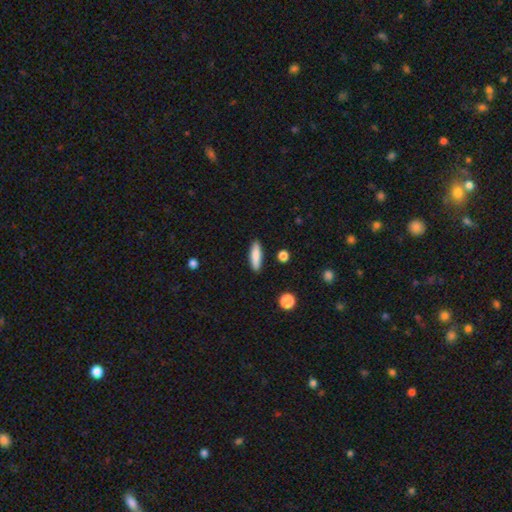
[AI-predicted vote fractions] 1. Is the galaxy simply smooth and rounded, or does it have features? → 83% smooth, 11% featured or disk, 6% star or artifact.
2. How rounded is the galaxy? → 66% cigar-shaped, 32% in between, 2% round.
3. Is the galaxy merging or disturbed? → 88% none, 8% minor disturbance, 2% merger, 2% major disturbance.